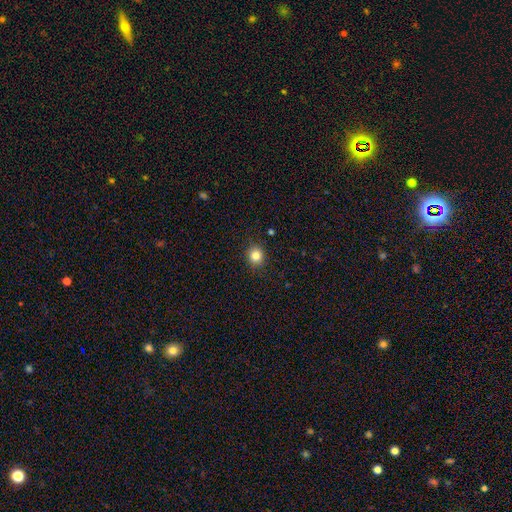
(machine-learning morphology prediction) This appears to be a smooth galaxy with no disk features (83%) that is round (84%). Merging: none (90%).